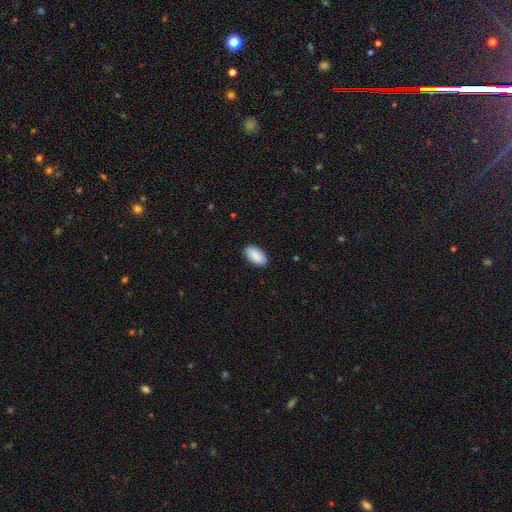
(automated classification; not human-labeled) Overall: smooth (89%). How rounded: in between (95%). Merging: none (87%).